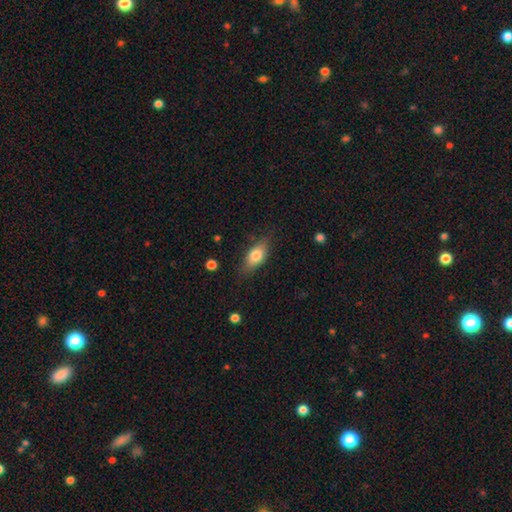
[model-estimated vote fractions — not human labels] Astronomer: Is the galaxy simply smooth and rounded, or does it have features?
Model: smooth — 75%.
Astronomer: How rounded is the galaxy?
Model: in between — 81%.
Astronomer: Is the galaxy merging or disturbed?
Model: none — 75%.